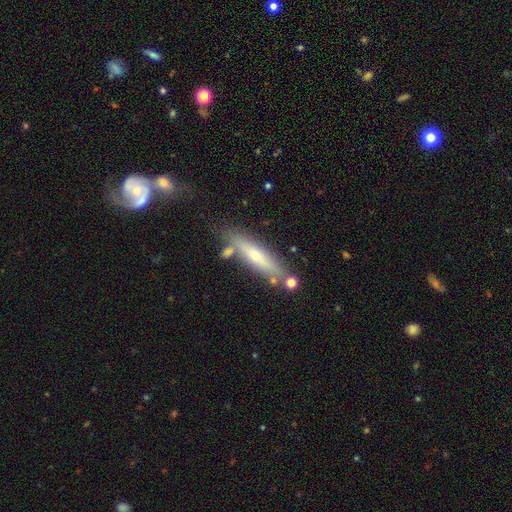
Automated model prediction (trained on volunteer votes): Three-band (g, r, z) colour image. It shows a smooth galaxy with no disk features (49%). Merging: none (73%).